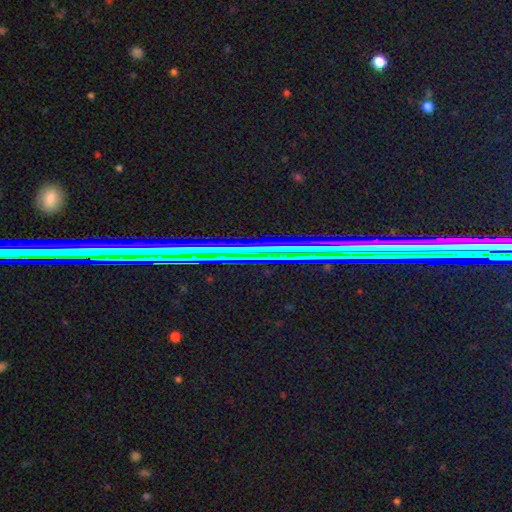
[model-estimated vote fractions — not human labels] Q: Smooth or featured?
A: star or artifact (70%); runner-up: featured or disk (21%)